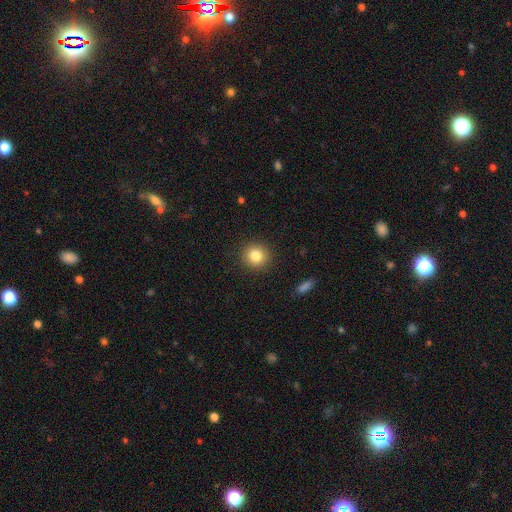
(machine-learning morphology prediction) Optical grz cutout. It shows a smooth galaxy with no disk features (83%) that is round (92%). Merging: none (91%).